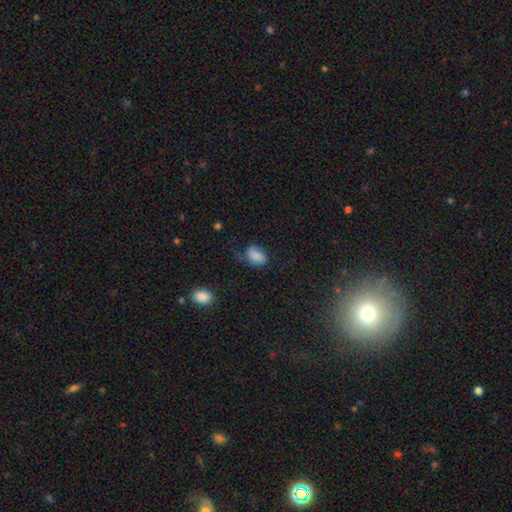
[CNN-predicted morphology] Overall: smooth (72%). How rounded: in between (87%). Merging: none (40%; minor disturbance 29%).